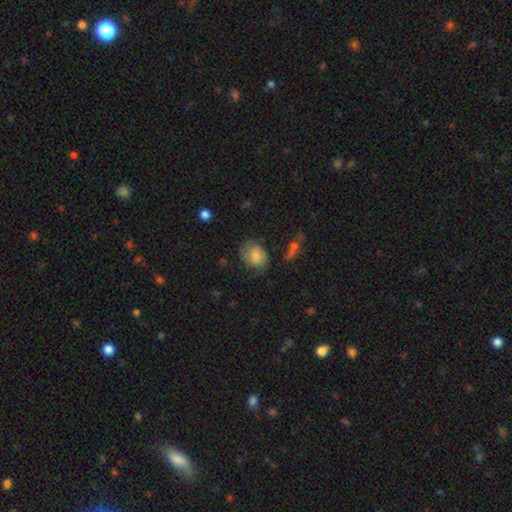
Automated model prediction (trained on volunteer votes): Smooth or featured? smooth (76%)
How rounded? in between (58%)
Merging? none (60%)